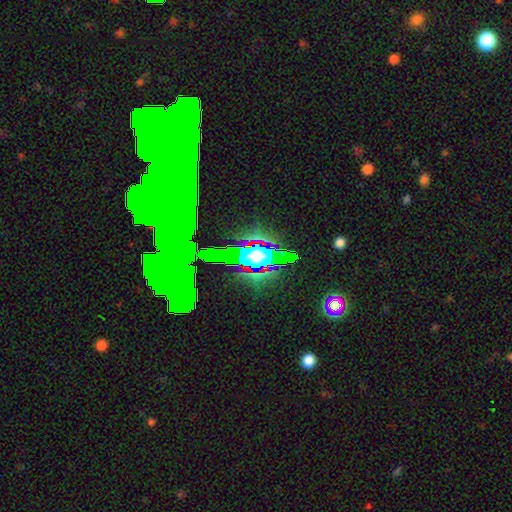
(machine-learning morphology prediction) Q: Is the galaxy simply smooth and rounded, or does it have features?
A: star or artifact — 52%.